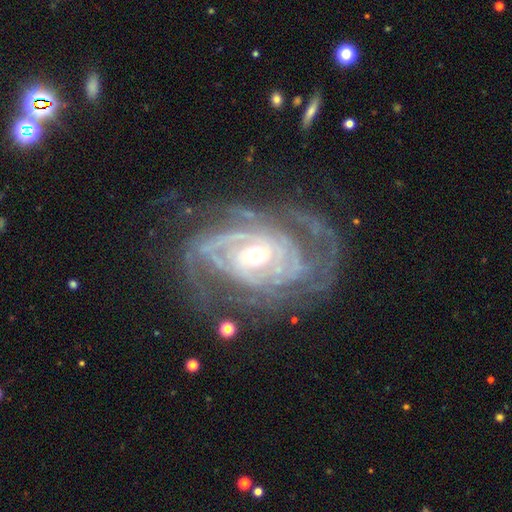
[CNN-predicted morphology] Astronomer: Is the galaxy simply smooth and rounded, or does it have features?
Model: featured or disk — 91%.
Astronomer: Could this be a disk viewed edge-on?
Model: no — 96%.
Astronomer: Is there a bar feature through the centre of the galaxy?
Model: no — 55% (runner-up: weak, 31%).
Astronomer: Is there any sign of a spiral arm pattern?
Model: yes — 97%.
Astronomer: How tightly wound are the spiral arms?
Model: tight — 72%.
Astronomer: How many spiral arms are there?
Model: can't tell — 27% (runner-up: 3, 21%).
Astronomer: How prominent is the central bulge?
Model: moderate — 61%.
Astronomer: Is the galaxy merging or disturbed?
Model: none — 66%.